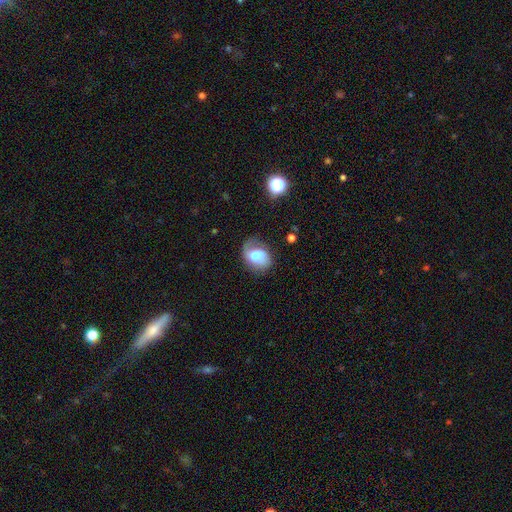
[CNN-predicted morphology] smooth_or_featured: smooth (p=0.47) [alt: featured or disk p=0.43]
merging: none (p=0.51) [alt: minor disturbance p=0.30]